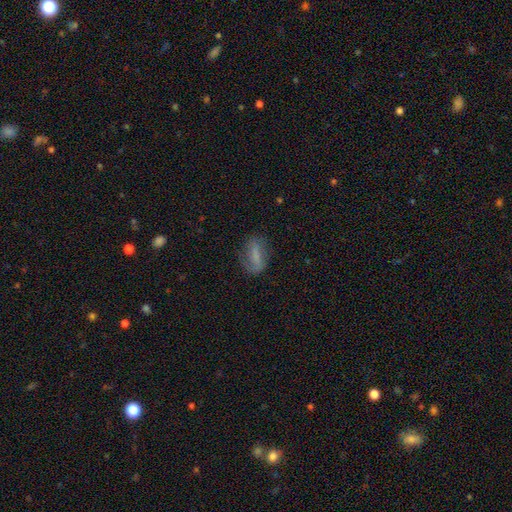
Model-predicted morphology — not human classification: type=smooth (54%); roundness=in between (68%); merging=none (66%).